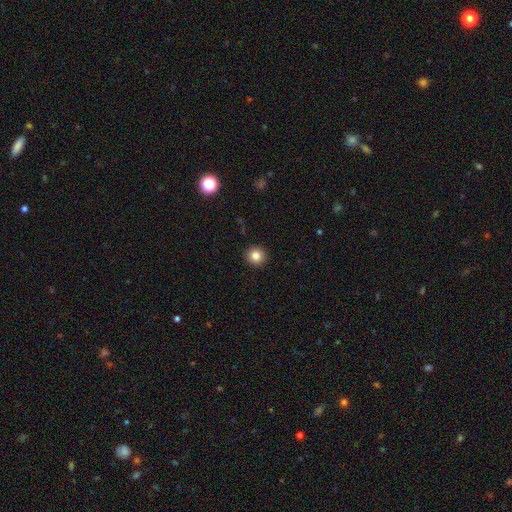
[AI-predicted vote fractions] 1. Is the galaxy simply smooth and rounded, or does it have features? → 83% smooth, 11% star or artifact, 6% featured or disk.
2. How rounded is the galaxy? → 94% round, 5% in between, 1% cigar-shaped.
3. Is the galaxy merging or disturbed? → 93% none, 4% minor disturbance, 1% major disturbance, 1% merger.